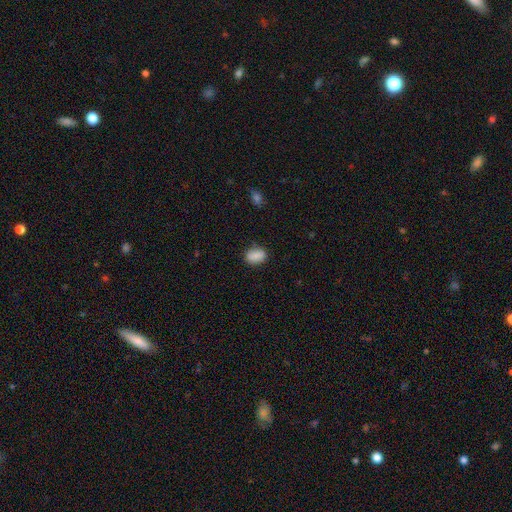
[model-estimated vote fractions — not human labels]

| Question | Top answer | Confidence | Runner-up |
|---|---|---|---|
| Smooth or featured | smooth | 88% | star or artifact (8%) |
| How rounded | in between | 83% | round (15%) |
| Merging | none | 83% | minor disturbance (13%) |